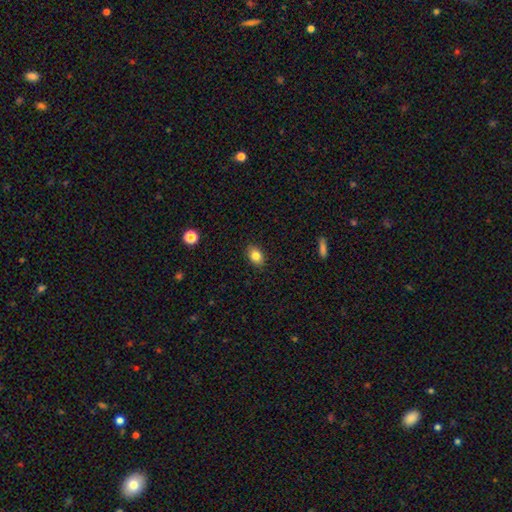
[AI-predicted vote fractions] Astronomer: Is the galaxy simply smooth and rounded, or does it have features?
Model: smooth — 82%.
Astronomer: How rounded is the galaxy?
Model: in between — 80%.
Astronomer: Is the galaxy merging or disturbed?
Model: none — 88%.